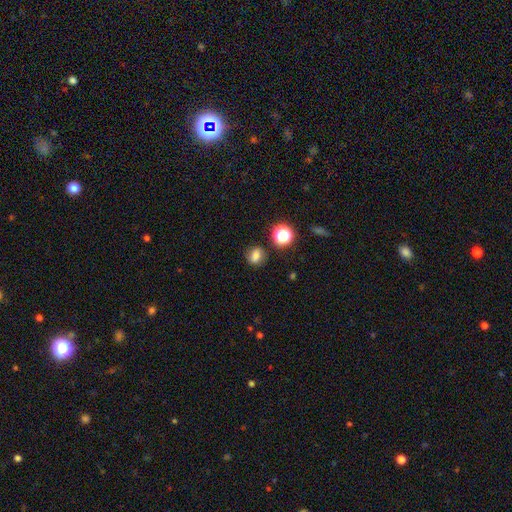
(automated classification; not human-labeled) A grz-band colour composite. It shows a smooth galaxy with no disk features (74%) that is round (59%). Merging: none (81%).